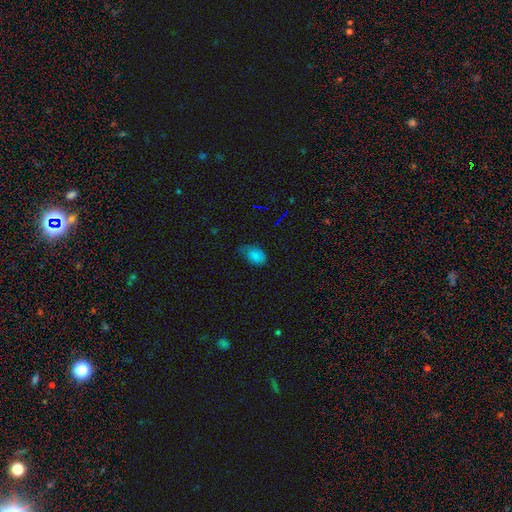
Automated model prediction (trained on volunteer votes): Smooth or featured?
  - smooth: 78% *
  - star or artifact: 14%
  - featured or disk: 8%
How rounded?
  - in between: 84% *
  - round: 15%
  - cigar-shaped: 2%
Merging?
  - none: 45% *
  - minor disturbance: 42%
  - major disturbance: 11%
  - merger: 2%